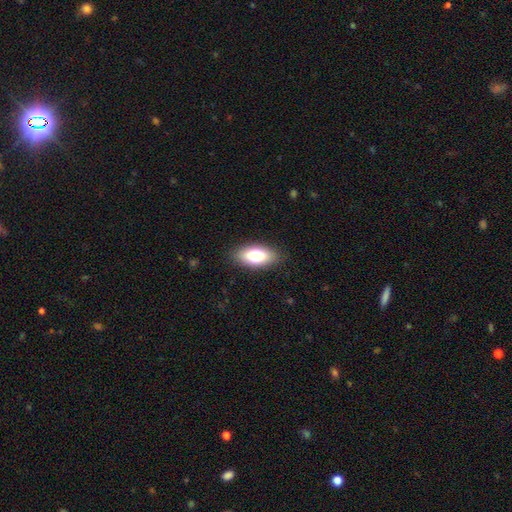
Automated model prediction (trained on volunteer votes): smooth 80%, featured or disk 13%, star or artifact 7%. Down the decision tree: how rounded — in between (89%); merging — none (87%).